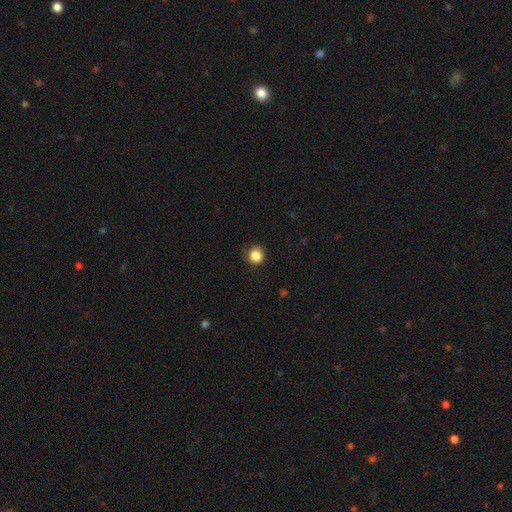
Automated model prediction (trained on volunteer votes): This appears to be a smooth galaxy with no disk features (86%) that is round (87%). Merging: none (79%).